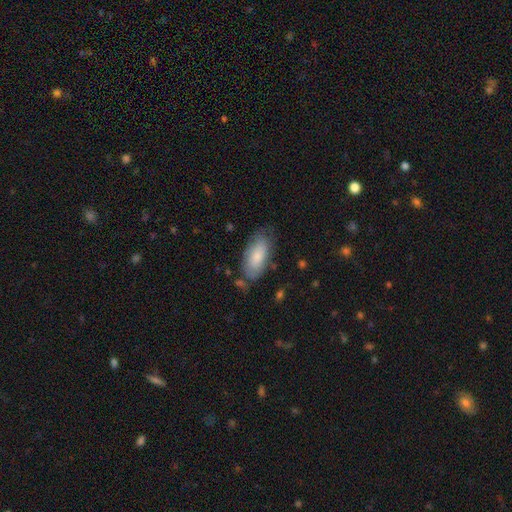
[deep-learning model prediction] Smooth or featured?
  - smooth: 73% *
  - featured or disk: 20%
  - star or artifact: 7%
How rounded?
  - in between: 86% *
  - cigar-shaped: 12%
  - round: 2%
Merging?
  - none: 70% *
  - minor disturbance: 22%
  - major disturbance: 5%
  - merger: 3%